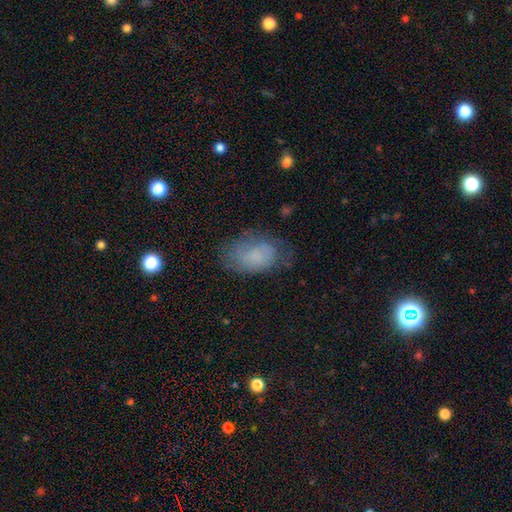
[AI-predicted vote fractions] This appears to be a smooth galaxy with no disk features (67%) that is in between round and cigar-shaped (87%). Merging: none (56%).